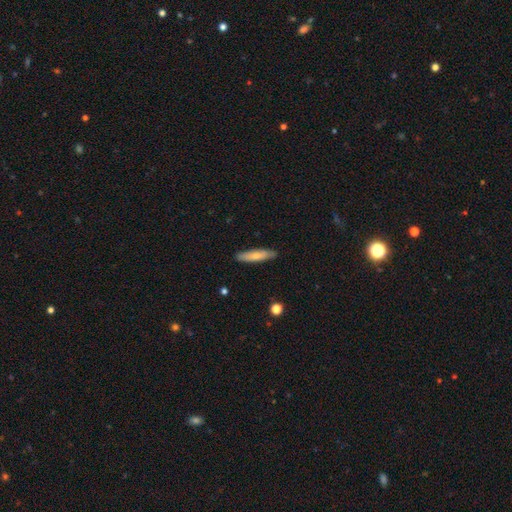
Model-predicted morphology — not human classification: Q: Smooth or featured?
A: smooth (72%); runner-up: featured or disk (23%)
Q: How rounded?
A: cigar-shaped (82%); runner-up: in between (17%)
Q: Merging?
A: none (86%); runner-up: minor disturbance (11%)